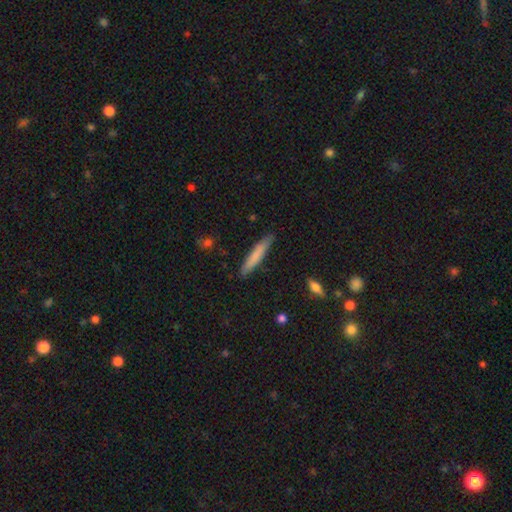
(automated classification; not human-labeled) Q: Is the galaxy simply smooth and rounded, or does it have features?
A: smooth — 75%.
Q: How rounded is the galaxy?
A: cigar-shaped — 93%.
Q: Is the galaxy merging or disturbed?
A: none — 87%.